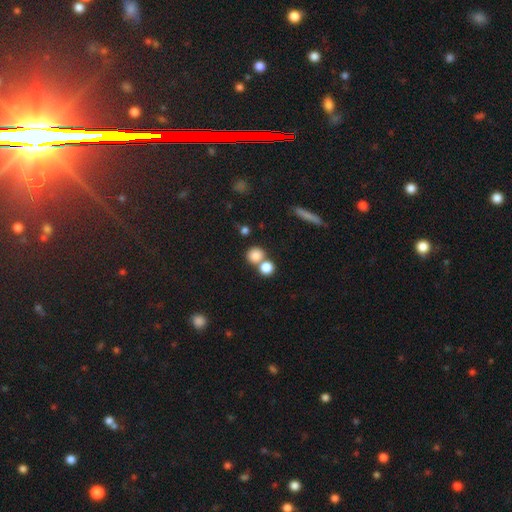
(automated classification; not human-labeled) This appears to be a smooth galaxy with no disk features (81%) that is round (85%). Merging: none (56%).